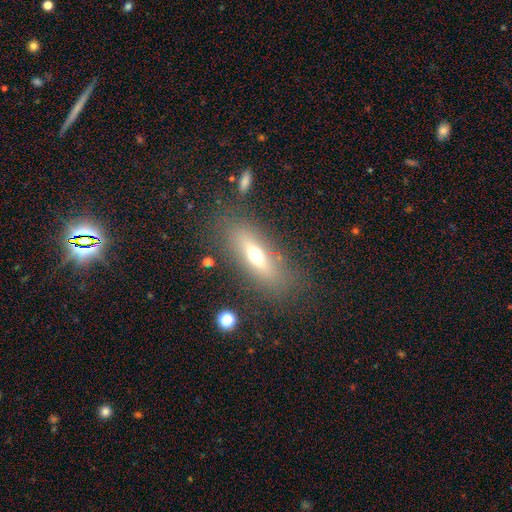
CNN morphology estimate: Smooth or featured? smooth (52%)
How rounded? in between (55%)
Merging? none (79%)